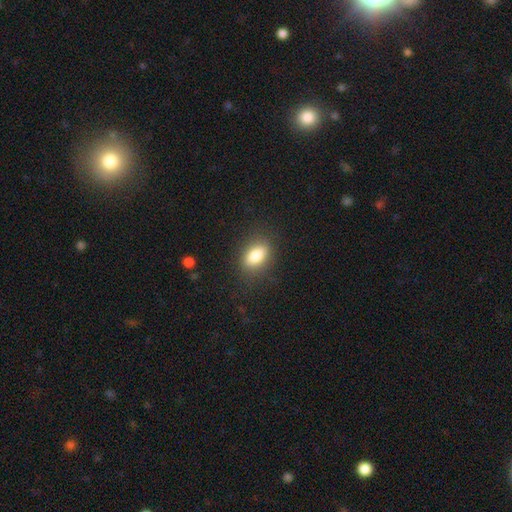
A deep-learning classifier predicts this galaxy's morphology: smooth 83%, featured or disk 9%, star or artifact 8%. Down the decision tree: how rounded — in between (85%); merging — none (83%).